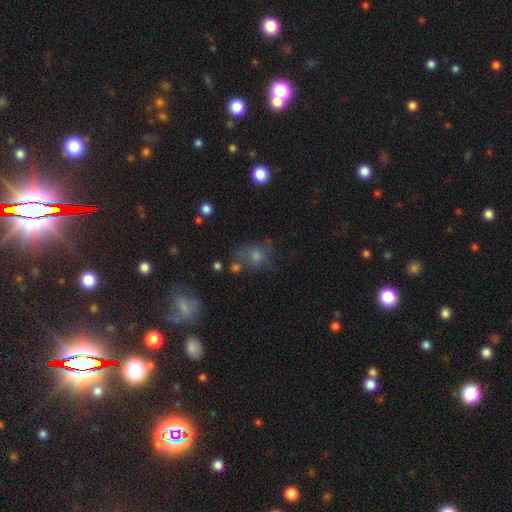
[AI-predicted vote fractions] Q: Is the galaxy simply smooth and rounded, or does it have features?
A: smooth — 58%.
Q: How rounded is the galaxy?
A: round — 66%.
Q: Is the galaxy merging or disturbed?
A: none — 54%.